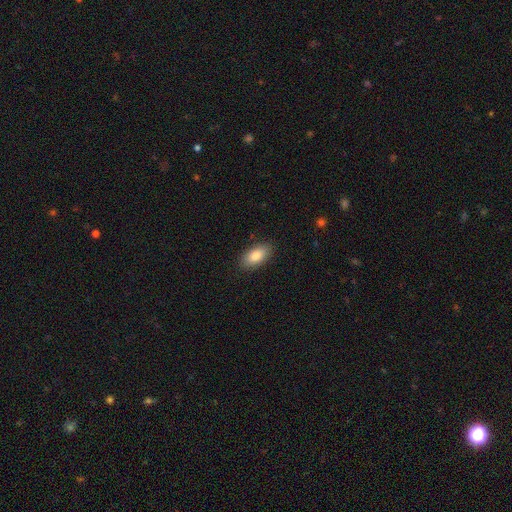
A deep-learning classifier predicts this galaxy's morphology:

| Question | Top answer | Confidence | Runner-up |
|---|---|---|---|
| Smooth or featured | smooth | 85% | featured or disk (8%) |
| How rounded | in between | 92% | cigar-shaped (5%) |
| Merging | none | 88% | minor disturbance (9%) |